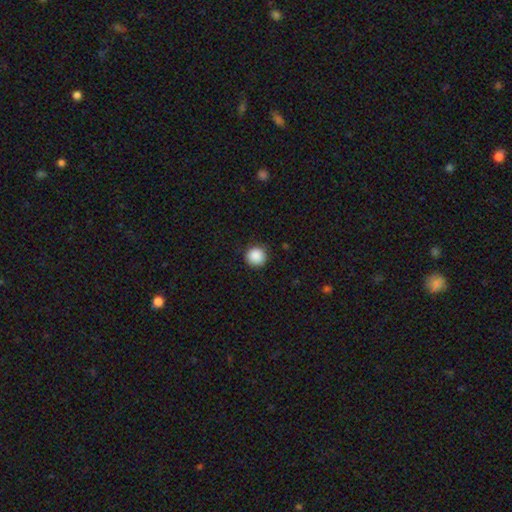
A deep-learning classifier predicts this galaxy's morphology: Overall: smooth (88%). How rounded: round (95%). Merging: none (88%).